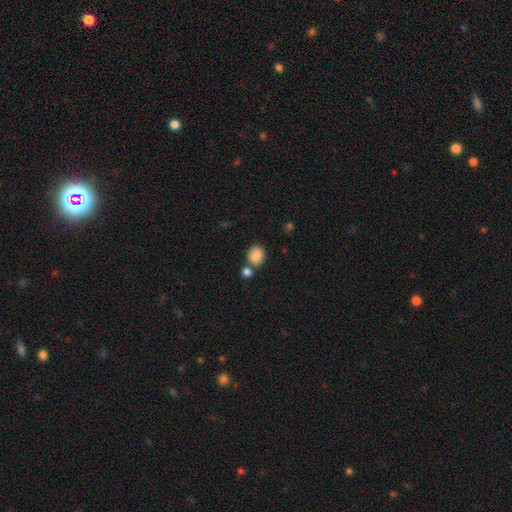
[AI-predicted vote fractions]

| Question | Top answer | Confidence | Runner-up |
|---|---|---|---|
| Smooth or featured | smooth | 87% | star or artifact (8%) |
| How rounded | round | 58% | in between (41%) |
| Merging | none | 63% | merger (23%) |